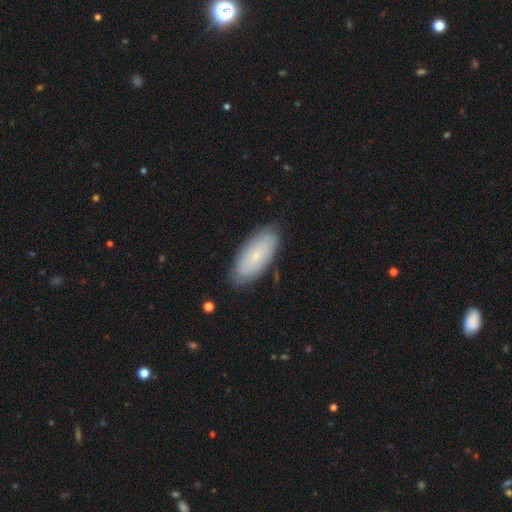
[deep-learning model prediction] Morphology: type=smooth (65%); roundness=in between (86%); merging=none (84%).